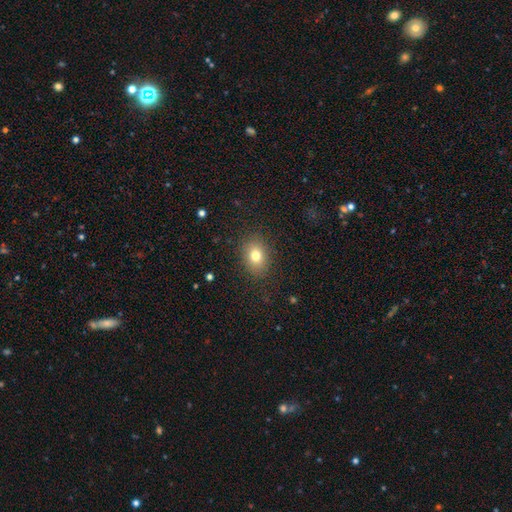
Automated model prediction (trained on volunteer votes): smooth_or_featured: smooth (p=0.79) [alt: star or artifact p=0.11]
how_rounded: in between (p=0.62) [alt: round p=0.37]
merging: none (p=0.87) [alt: minor disturbance p=0.09]